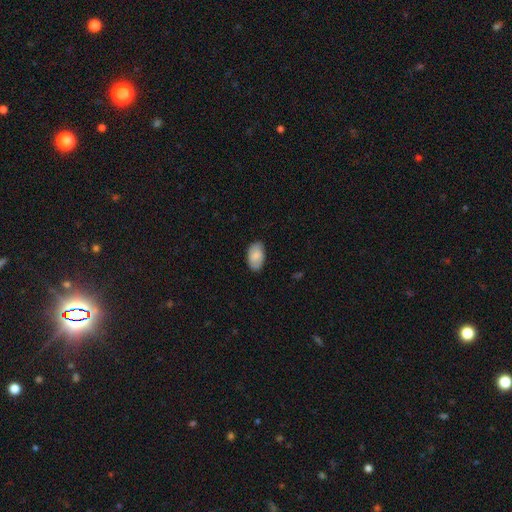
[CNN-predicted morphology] This appears to be a smooth galaxy with no disk features (82%) that is in between round and cigar-shaped (93%). Merging: none (82%).